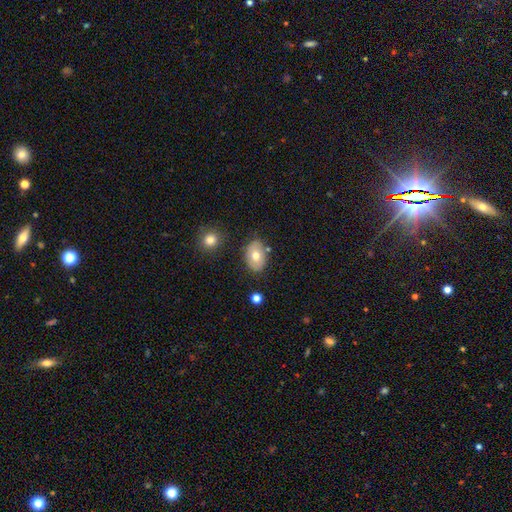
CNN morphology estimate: Smooth or featured? smooth (69%)
How rounded? in between (81%)
Merging? none (78%)